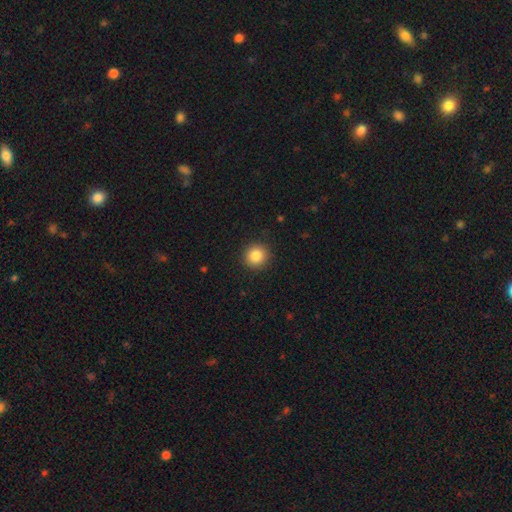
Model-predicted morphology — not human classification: smooth 85%, star or artifact 9%, featured or disk 5%. Down the decision tree: how rounded — round (92%); merging — none (92%).